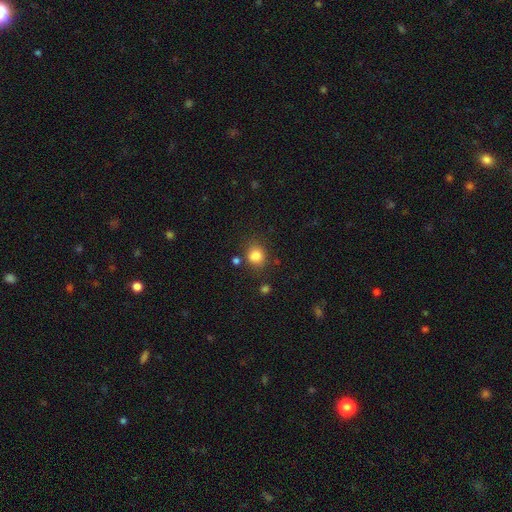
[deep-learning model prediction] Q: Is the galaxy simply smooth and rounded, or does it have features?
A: smooth — 83%.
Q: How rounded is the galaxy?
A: round — 73%.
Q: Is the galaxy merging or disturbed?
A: none — 75%.